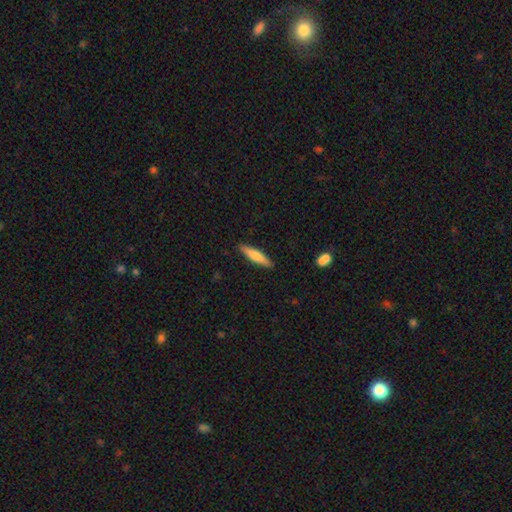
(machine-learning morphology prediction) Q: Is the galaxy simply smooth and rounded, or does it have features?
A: smooth — 72%.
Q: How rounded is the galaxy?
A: cigar-shaped — 82%.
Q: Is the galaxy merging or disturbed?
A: none — 89%.